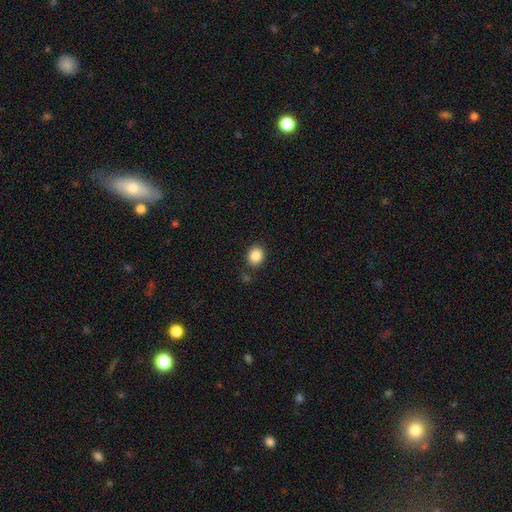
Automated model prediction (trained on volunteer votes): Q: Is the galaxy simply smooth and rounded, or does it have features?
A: smooth — 87%.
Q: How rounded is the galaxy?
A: round — 73%.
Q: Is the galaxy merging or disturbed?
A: none — 83%.